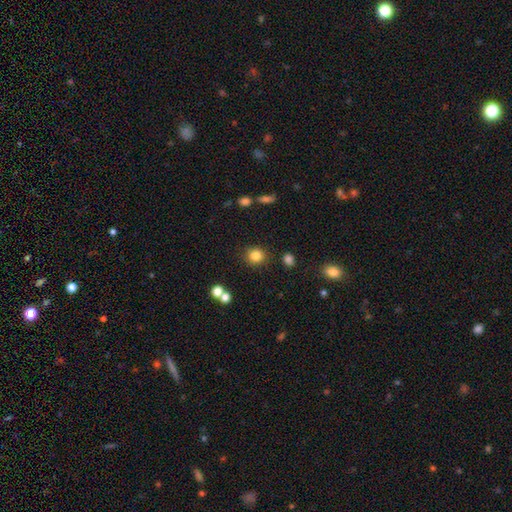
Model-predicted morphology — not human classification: This appears to be a smooth galaxy with no disk features (84%) that is round (86%). Merging: none (86%).